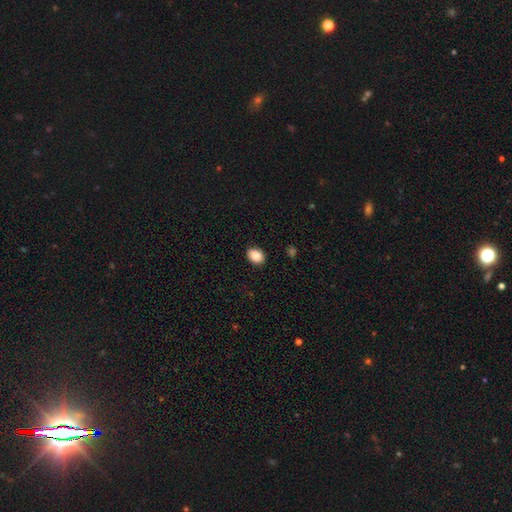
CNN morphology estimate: A smooth galaxy with no disk features (89%) that is in between round and cigar-shaped (67%).

Vote fractions:
- Smooth or featured? smooth: 89% / star or artifact: 8% / featured or disk: 3%
- How rounded? in between: 67% / round: 32% / cigar-shaped: 1%
- Merging? none: 89% / minor disturbance: 8% / major disturbance: 2% / merger: 1%